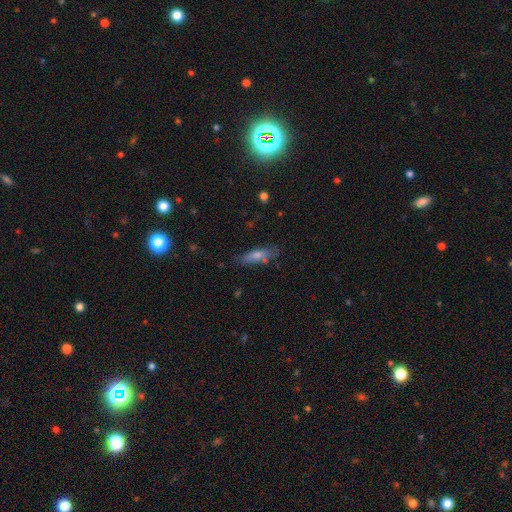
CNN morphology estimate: A smooth galaxy with no disk features (67%) that is cigar-shaped (63%). Merging: none (75%).